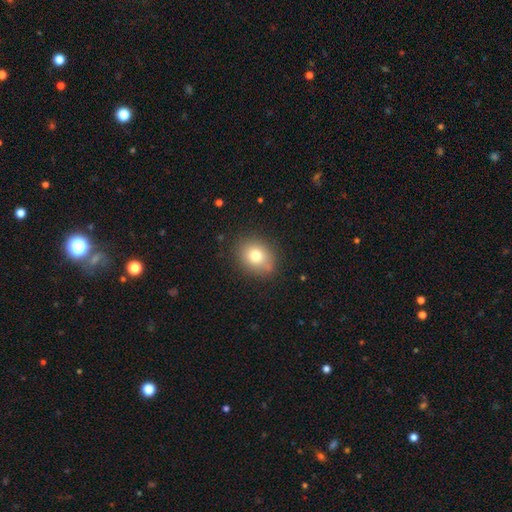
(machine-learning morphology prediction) Overall: smooth (76%). How rounded: round (58%; in between 41%). Merging: none (82%).